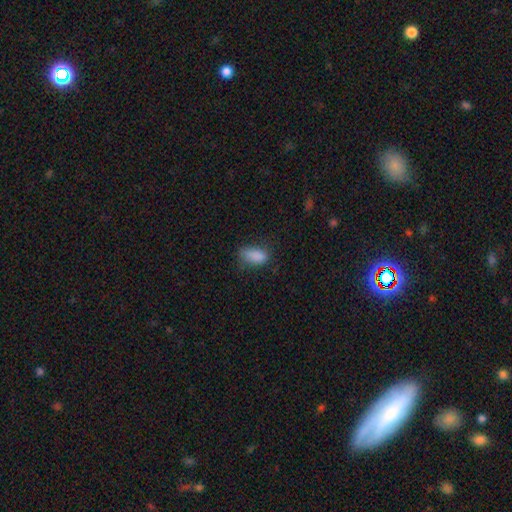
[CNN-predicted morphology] This is clearly a smooth galaxy (85%). How rounded: clearly in between (90%). Merging: possibly none (58%).